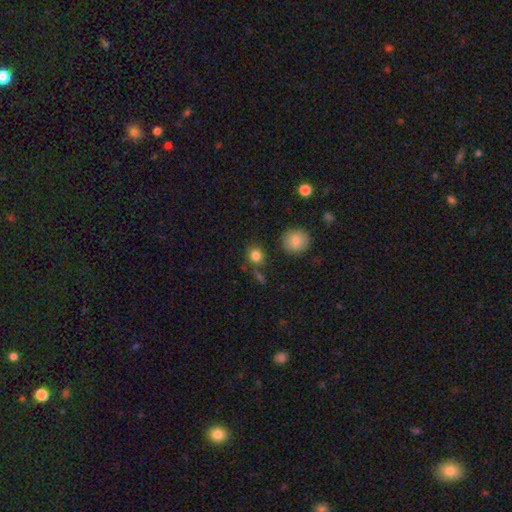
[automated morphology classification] This is clearly a smooth galaxy (84%). How rounded: clearly round (83%). Merging: likely none (77%).